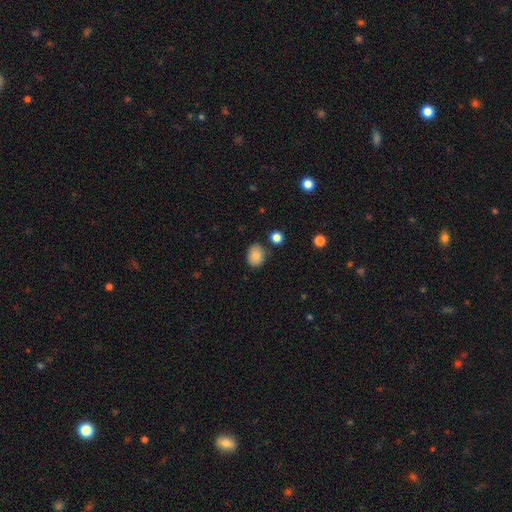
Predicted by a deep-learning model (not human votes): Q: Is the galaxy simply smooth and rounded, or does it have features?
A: smooth — 87%.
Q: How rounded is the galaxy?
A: in between — 57%.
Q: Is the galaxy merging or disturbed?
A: none — 79%.